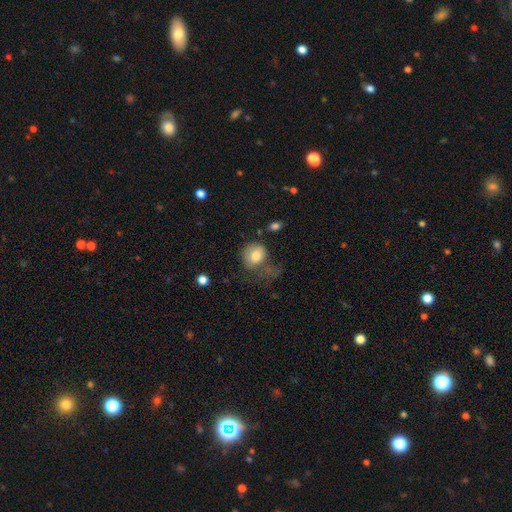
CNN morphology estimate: smooth-or-featured: smooth: 77% | featured or disk: 14% | star or artifact: 9%
  how-rounded: round: 68% | in between: 31% | cigar-shaped: 1%
  merging: none: 35% (tied) | major disturbance: 35% (tied) | minor disturbance: 24% | merger: 6%